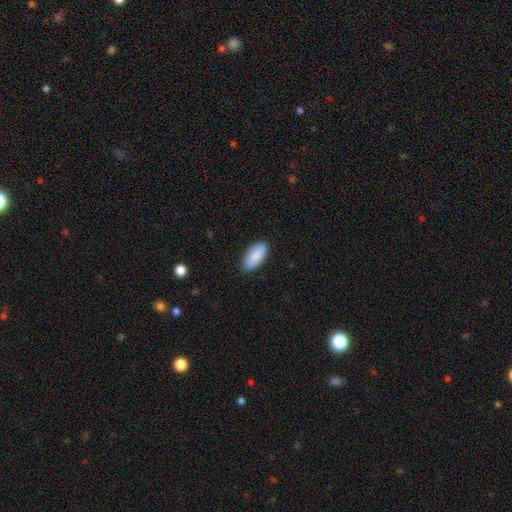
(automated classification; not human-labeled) A smooth galaxy with no disk features (90%) that is in between round and cigar-shaped (90%). Merging: none (85%).